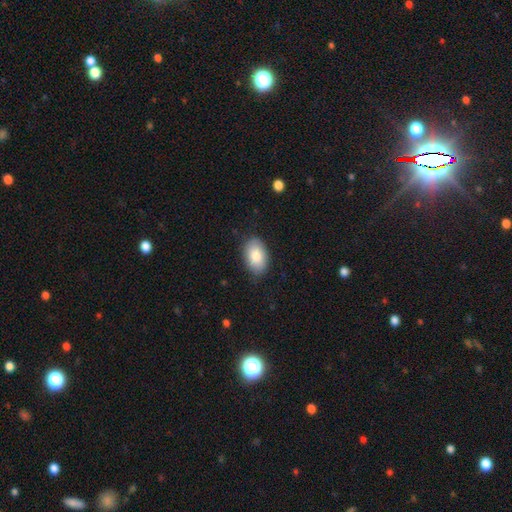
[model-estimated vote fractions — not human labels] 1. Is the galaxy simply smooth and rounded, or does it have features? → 84% smooth, 10% featured or disk, 7% star or artifact.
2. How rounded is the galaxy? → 90% in between, 9% round, 1% cigar-shaped.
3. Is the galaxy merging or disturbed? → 83% none, 13% minor disturbance, 3% major disturbance, 1% merger.